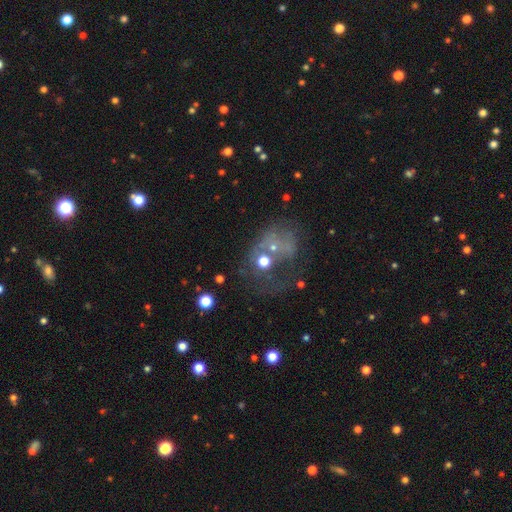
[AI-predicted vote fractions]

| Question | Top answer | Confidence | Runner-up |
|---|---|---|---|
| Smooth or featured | featured or disk | 37% | smooth (35%) |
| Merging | merger | 32% | none (29%) |